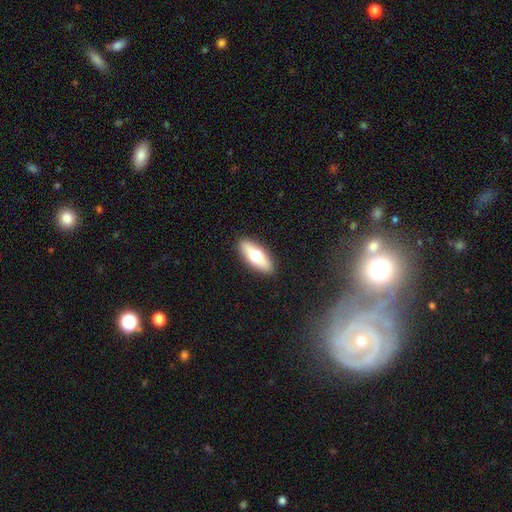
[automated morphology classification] This is likely a smooth galaxy (63%). How rounded: likely in between (65%). Merging: clearly none (90%).